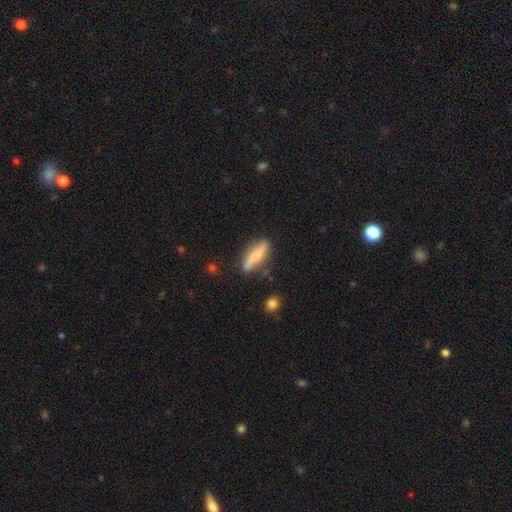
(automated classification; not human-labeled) This appears to be a featured or disk galaxy (50%). Merging: none (74%).